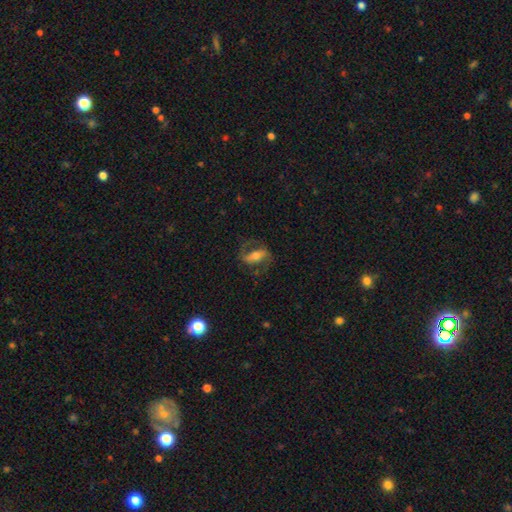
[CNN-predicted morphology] featured or disk 66%, smooth 26%, star or artifact 8%. Down the decision tree: edge-on disk — no (91%); bar — strong (52%); spiral arms — yes (81%); bulge size — moderate (57%); merging — none (67%).